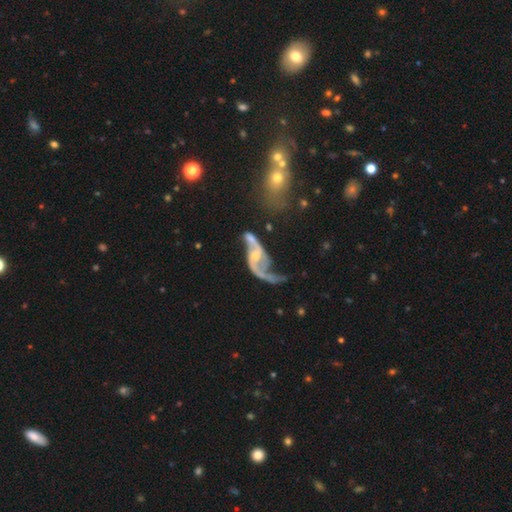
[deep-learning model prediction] Smooth or featured: featured or disk — 87% (smooth — 7%)
Edge-on disk: no — 96% (yes — 4%)
Bar: no — 49% (weak — 38%)
Spiral arms: yes — 92% (no — 8%)
Spiral winding: loose — 79% (medium — 16%)
Spiral arm count: 2 — 86% (1 — 7%)
Bulge size: small — 58% (moderate — 30%)
Merging: major disturbance — 34% (none — 33%)